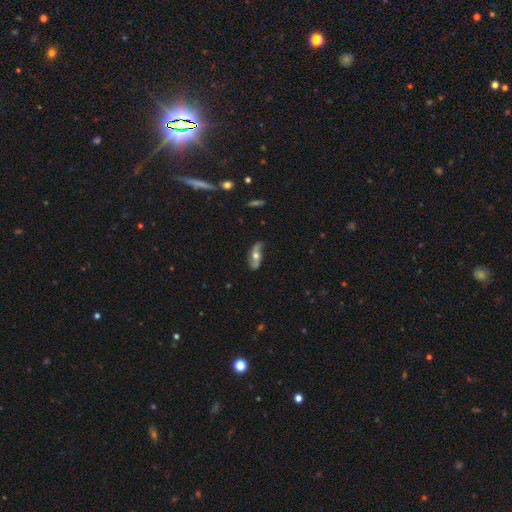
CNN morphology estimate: Q: Smooth or featured?
A: featured or disk (70%); runner-up: smooth (23%)
Q: Edge-on disk?
A: no (77%); runner-up: yes (23%)
Q: Bar?
A: no (71%); runner-up: weak (21%)
Q: Spiral arms?
A: yes (82%); runner-up: no (18%)
Q: Bulge size?
A: moderate (67%); runner-up: large (19%)
Q: Merging?
A: none (67%); runner-up: minor disturbance (21%)